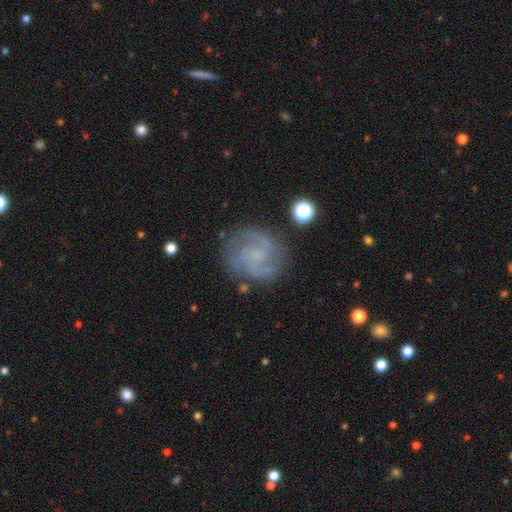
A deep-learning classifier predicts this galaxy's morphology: Smooth or featured?
  - featured or disk: 82% *
  - smooth: 11%
  - star or artifact: 7%
Edge-on disk?
  - no: 98% *
  - yes: 2%
Bar?
  - no: 57% *
  - weak: 37%
  - strong: 6%
Spiral arms?
  - yes: 96% *
  - no: 4%
Spiral winding?
  - medium: 48% *
  - tight: 37%
  - loose: 14%
Spiral arm count?
  - 2: 65% *
  - 3: 15%
  - can't tell: 10%
  - 4: 3%
  - 1: 3%
  - more than 4: 3%
Bulge size?
  - small: 46% *
  - none: 40%
  - moderate: 12%
  - large: 2%
  - dominant: 1%
Merging?
  - none: 79% *
  - minor disturbance: 13%
  - major disturbance: 6%
  - merger: 2%